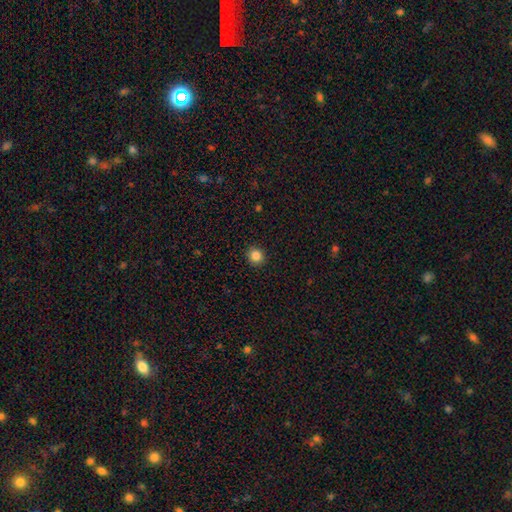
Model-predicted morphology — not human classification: A smooth galaxy with no disk features (86%) that is round (90%).

Vote fractions:
- Smooth or featured? smooth: 86% / star or artifact: 11% / featured or disk: 3%
- How rounded? round: 90% / in between: 10% / cigar-shaped: 1%
- Merging? none: 92% / minor disturbance: 5% / major disturbance: 2% / merger: 1%